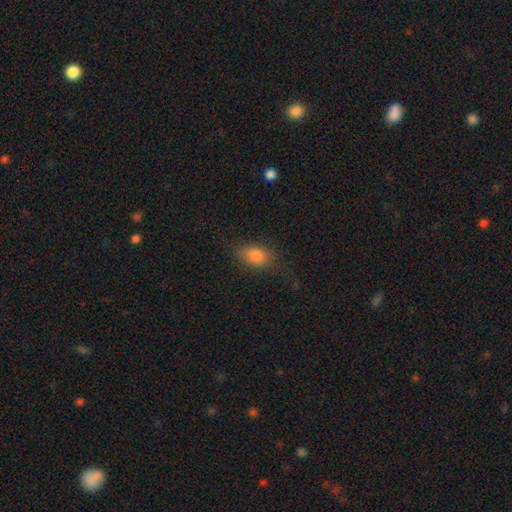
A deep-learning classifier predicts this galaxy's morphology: This appears to be a smooth galaxy with no disk features (82%) that is in between round and cigar-shaped (80%). Merging: none (74%).